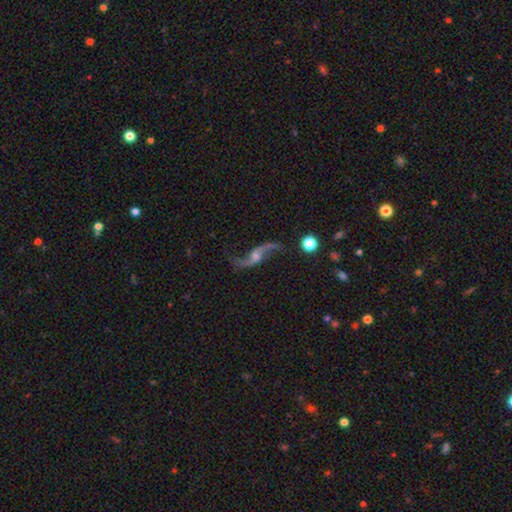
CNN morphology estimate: Smooth or featured? featured or disk (89%)
Edge-on disk? no (91%)
Bar? no (55%)
Spiral arms? yes (96%)
Spiral winding? loose (94%)
Spiral arm count? 2 (94%)
Bulge size? small (43%)
Merging? none (77%)